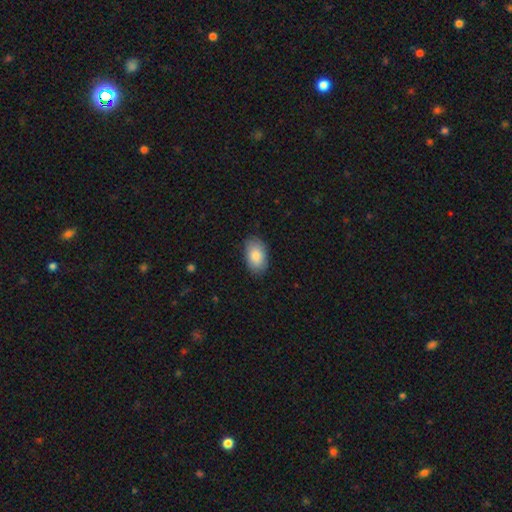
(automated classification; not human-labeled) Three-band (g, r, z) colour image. It shows a smooth galaxy with no disk features (86%) that is in between round and cigar-shaped (93%). Merging: none (84%).